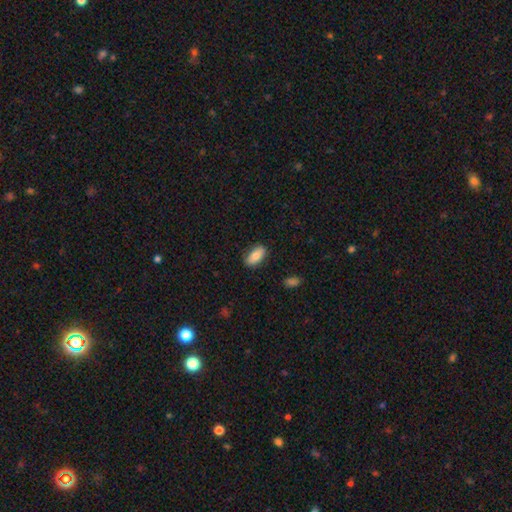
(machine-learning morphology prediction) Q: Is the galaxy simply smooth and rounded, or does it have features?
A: smooth — 79%.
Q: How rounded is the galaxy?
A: in between — 91%.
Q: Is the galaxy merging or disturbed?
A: none — 84%.